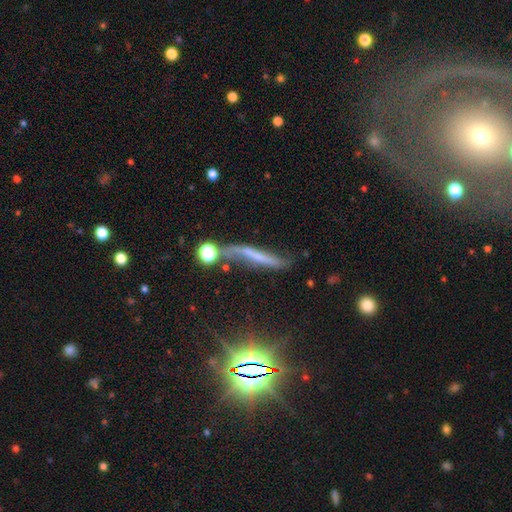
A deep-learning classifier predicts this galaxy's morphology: Smooth or featured: featured or disk — 52% (smooth — 31%)
Edge-on disk: yes — 56% (no — 44%)
Merging: none — 41% (minor disturbance — 25%)